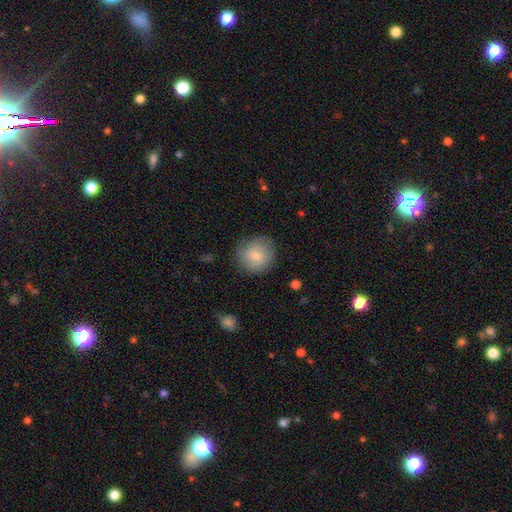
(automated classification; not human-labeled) smooth_or_featured: smooth (p=0.74) [alt: featured or disk p=0.20]
how_rounded: round (p=0.89) [alt: in between p=0.10]
merging: none (p=0.80) [alt: minor disturbance p=0.14]